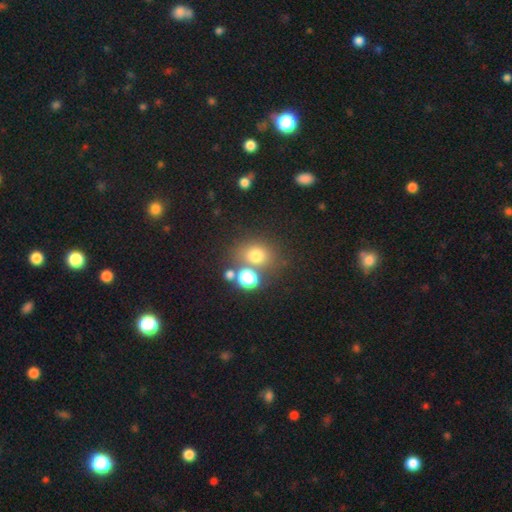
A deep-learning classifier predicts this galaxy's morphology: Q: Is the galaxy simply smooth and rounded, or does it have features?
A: smooth — 71%.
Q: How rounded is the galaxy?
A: round — 63%.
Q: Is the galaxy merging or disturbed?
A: none — 58%.